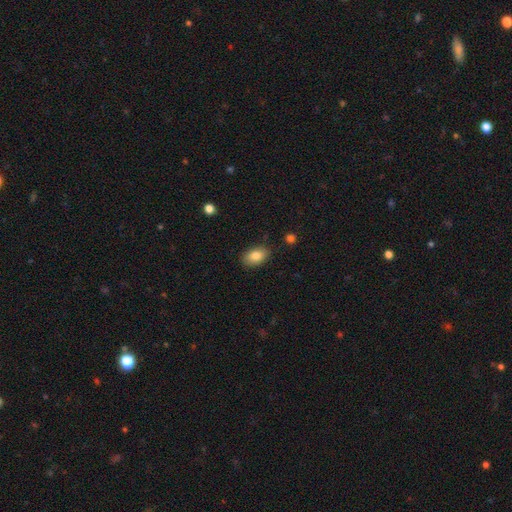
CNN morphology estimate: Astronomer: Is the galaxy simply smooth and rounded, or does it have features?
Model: smooth — 85%.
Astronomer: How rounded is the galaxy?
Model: in between — 90%.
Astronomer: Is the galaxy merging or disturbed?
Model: none — 85%.